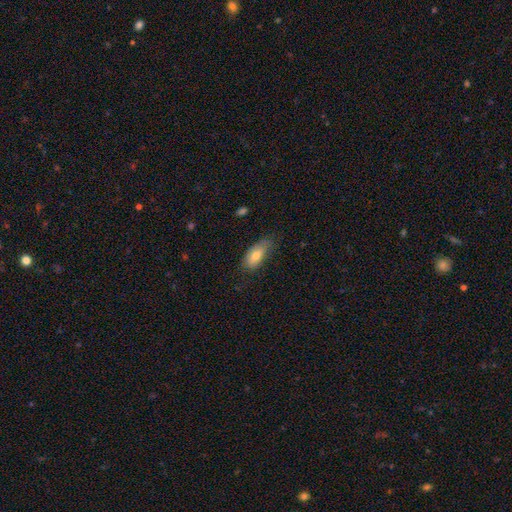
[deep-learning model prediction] Smooth or featured?
  - smooth: 72% *
  - featured or disk: 21%
  - star or artifact: 7%
How rounded?
  - in between: 87% *
  - cigar-shaped: 10%
  - round: 3%
Merging?
  - none: 63% *
  - minor disturbance: 28%
  - major disturbance: 7%
  - merger: 1%